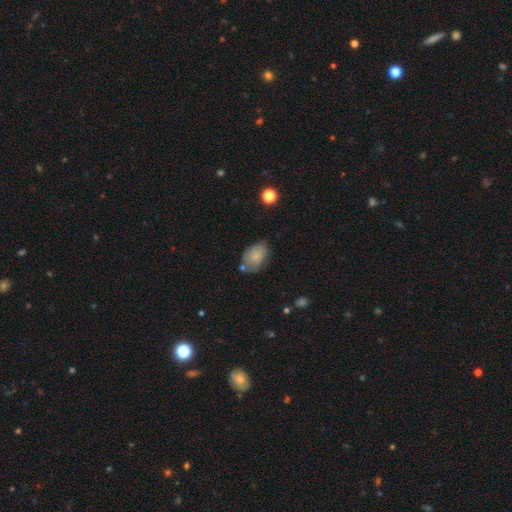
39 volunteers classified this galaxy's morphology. type=smooth (85%); roundness=in between (94%); merging=minor disturbance (49%).